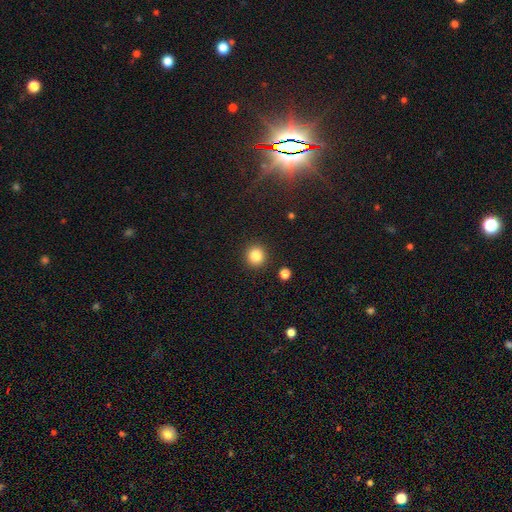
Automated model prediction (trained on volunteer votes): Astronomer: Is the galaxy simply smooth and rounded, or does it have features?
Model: smooth — 84%.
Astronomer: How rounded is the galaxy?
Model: round — 94%.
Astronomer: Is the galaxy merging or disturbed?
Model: none — 91%.